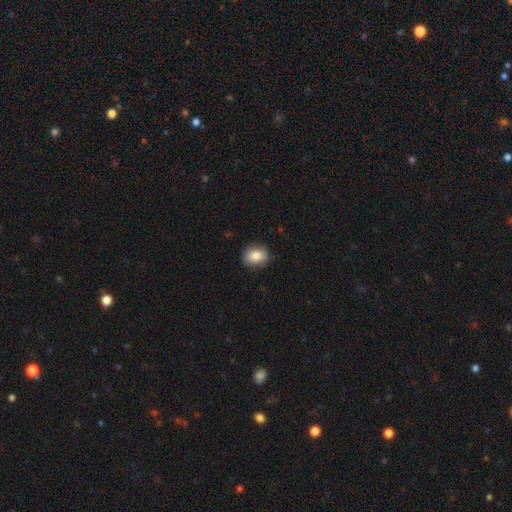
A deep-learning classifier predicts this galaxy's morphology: Smooth or featured?
  - smooth: 83% *
  - featured or disk: 9%
  - star or artifact: 8%
How rounded?
  - in between: 54% *
  - round: 45%
  - cigar-shaped: 1%
Merging?
  - none: 84% *
  - minor disturbance: 13%
  - major disturbance: 3%
  - merger: 1%